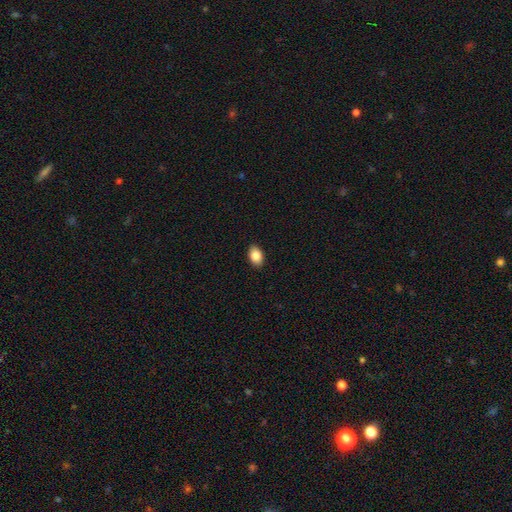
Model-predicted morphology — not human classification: The model was most divided on "how rounded": in between: 87%, round: 12%, cigar-shaped: 1%. More confident: merging — none (90%); smooth or featured — smooth (86%).